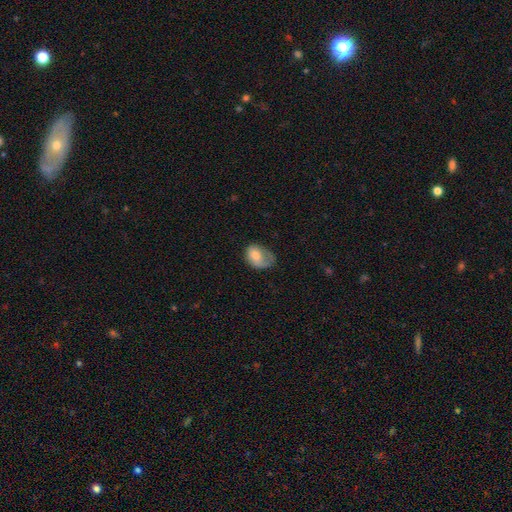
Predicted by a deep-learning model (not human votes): Q: Smooth or featured?
A: smooth (69%); runner-up: featured or disk (24%)
Q: How rounded?
A: in between (74%); runner-up: round (25%)
Q: Merging?
A: major disturbance (35%); runner-up: minor disturbance (34%)